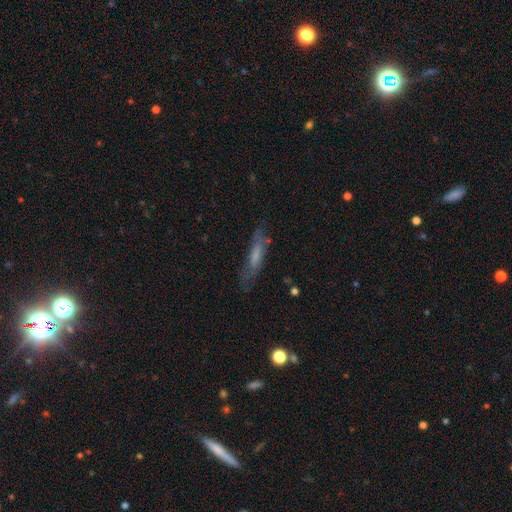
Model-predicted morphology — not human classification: Smooth or featured: smooth — 51% (featured or disk — 41%)
How rounded: cigar-shaped — 76% (in between — 23%)
Merging: none — 61% (minor disturbance — 24%)